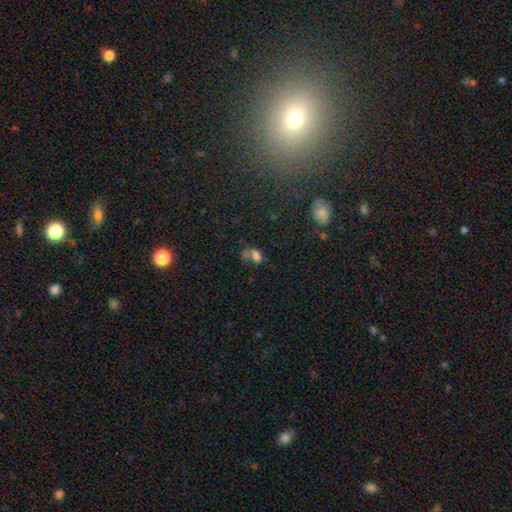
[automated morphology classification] This is likely a smooth galaxy (66%). How rounded: clearly in between (81%). Merging: marginally none (32%).